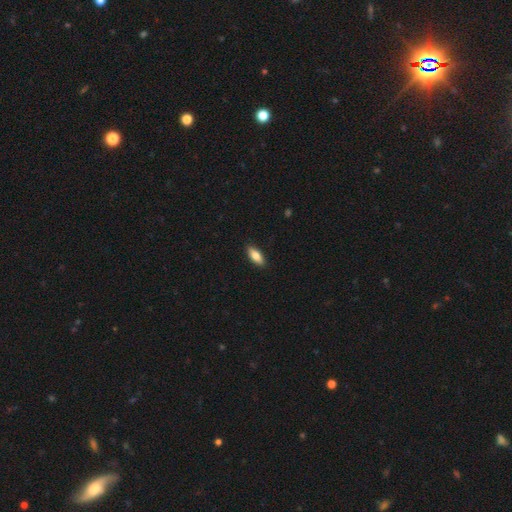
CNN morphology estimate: Smooth or featured: smooth — 80% (featured or disk — 14%)
How rounded: in between — 77% (cigar-shaped — 21%)
Merging: none — 89% (minor disturbance — 8%)